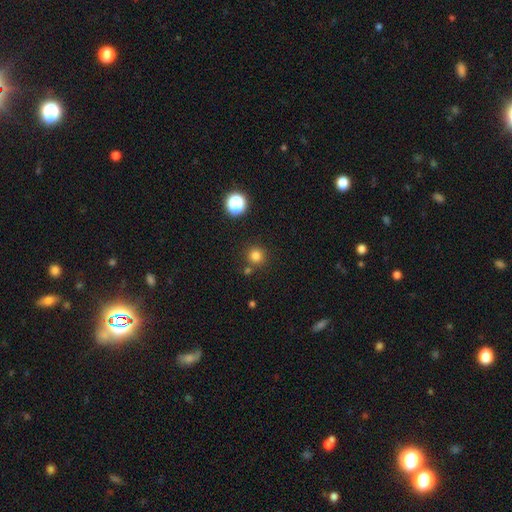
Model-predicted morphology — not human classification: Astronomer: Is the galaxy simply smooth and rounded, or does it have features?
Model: smooth — 80%.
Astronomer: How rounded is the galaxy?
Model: round — 94%.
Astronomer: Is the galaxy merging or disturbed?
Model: none — 79%.